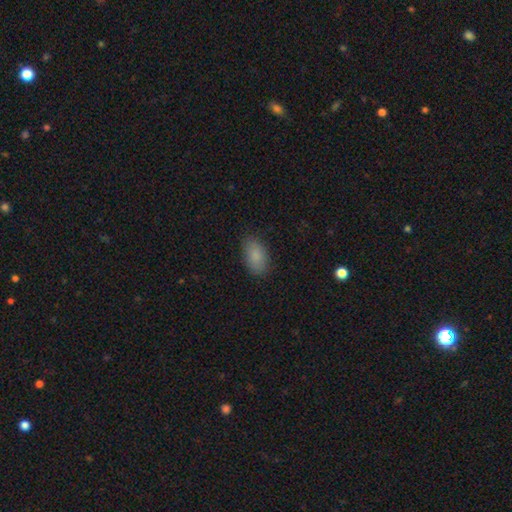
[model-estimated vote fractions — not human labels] Overall: smooth (86%). How rounded: in between (93%). Merging: none (85%).